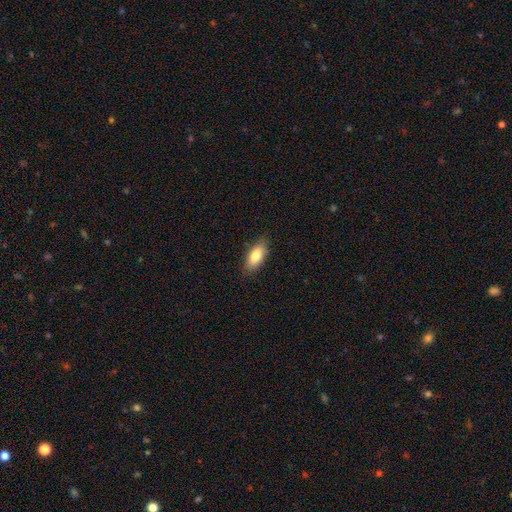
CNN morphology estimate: Smooth or featured: smooth — 81% (featured or disk — 13%)
How rounded: in between — 84% (cigar-shaped — 14%)
Merging: none — 84% (minor disturbance — 13%)